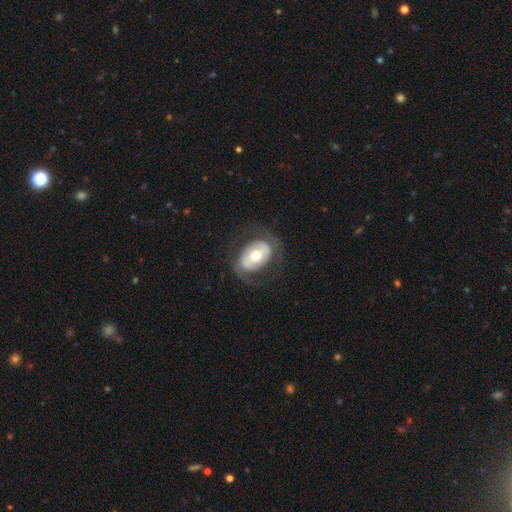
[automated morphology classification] smooth-or-featured: featured or disk: 58% | smooth: 36% | star or artifact: 6%
  disk-edge-on: no: 94% | yes: 6%
    bar: no: 52% | weak: 28% | strong: 21%
    has-spiral-arms: no: 58% | yes: 42%
    bulge-size: moderate: 73% | small: 14% | large: 11% | dominant: 1% | none: 1%
  merging: none: 72% | minor disturbance: 15% | major disturbance: 13% | merger: 1%